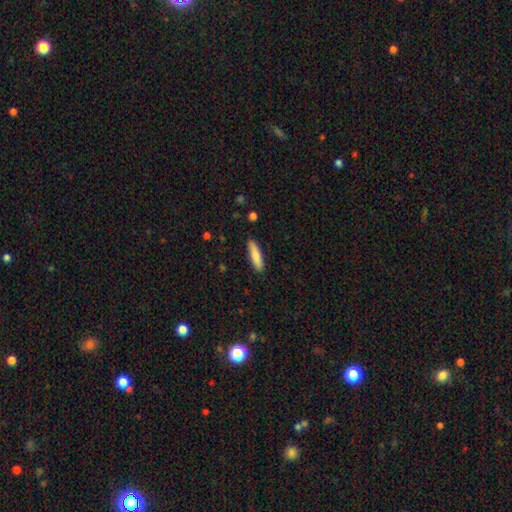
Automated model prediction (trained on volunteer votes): Smooth or featured? Predicted: smooth (p=0.83). How rounded? Predicted: cigar-shaped (p=0.70). Merging? Predicted: none (p=0.89).